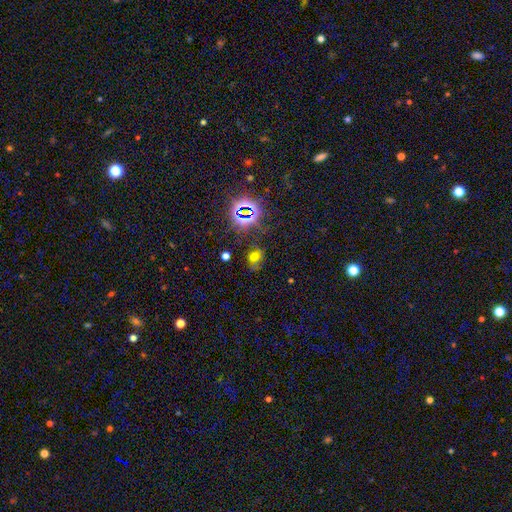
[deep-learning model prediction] Smooth or featured: smooth — 44% (star or artifact — 41%)
Merging: none — 62% (minor disturbance — 22%)